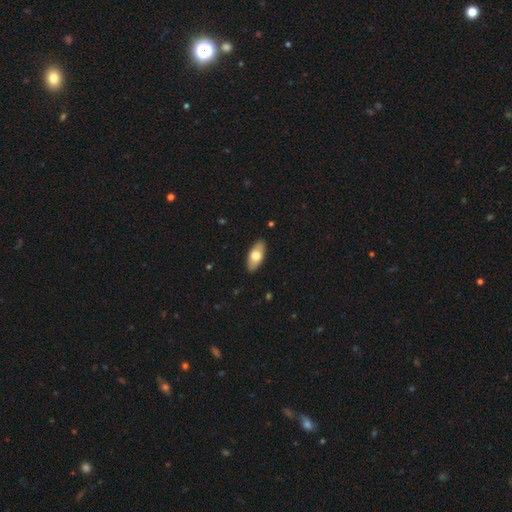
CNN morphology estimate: Smooth or featured?
  - smooth: 68% *
  - featured or disk: 26%
  - star or artifact: 5%
How rounded?
  - in between: 87% *
  - cigar-shaped: 11%
  - round: 3%
Merging?
  - none: 90% *
  - minor disturbance: 8%
  - major disturbance: 2%
  - merger: 1%